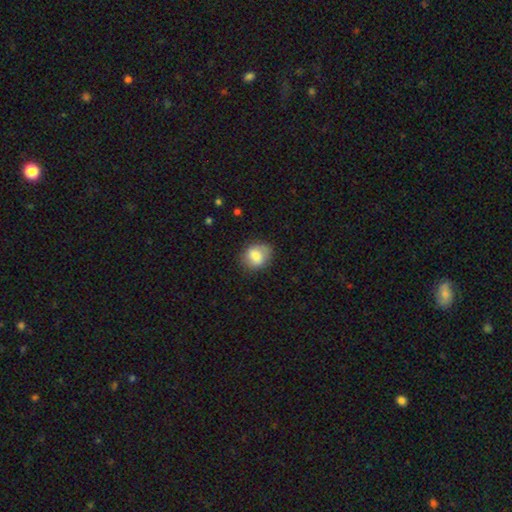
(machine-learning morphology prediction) smooth-or-featured: smooth: 77% | featured or disk: 15% | star or artifact: 8%
  how-rounded: round: 61% | in between: 38% | cigar-shaped: 1%
  merging: none: 72% | minor disturbance: 21% | major disturbance: 6% | merger: 1%